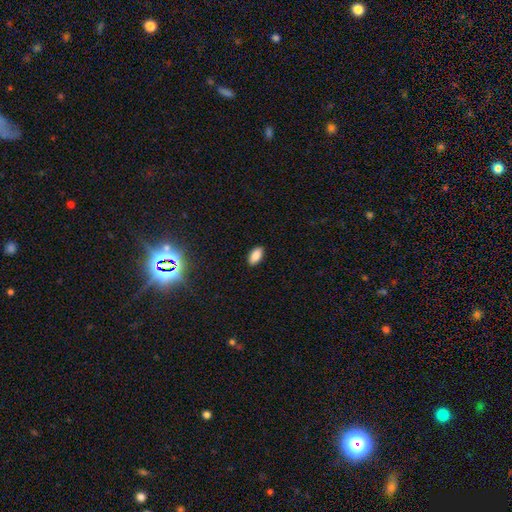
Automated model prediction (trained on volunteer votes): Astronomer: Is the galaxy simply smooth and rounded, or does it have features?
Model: smooth — 87%.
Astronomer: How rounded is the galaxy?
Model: in between — 93%.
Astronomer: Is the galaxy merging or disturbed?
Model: none — 89%.